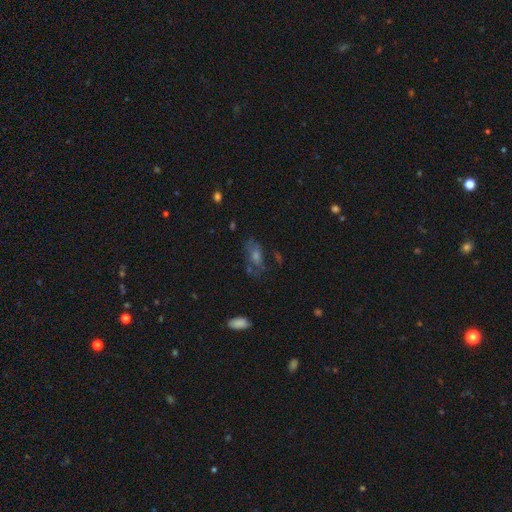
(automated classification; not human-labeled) A featured or disk galaxy (43%). Merging: none (61%).